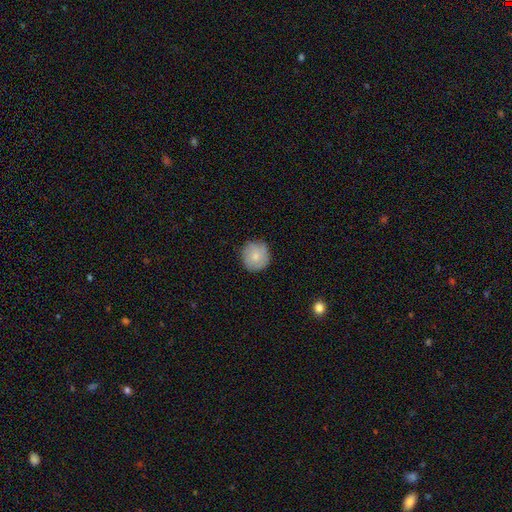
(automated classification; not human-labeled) Morphology: type=smooth (76%); roundness=round (93%); merging=none (83%).